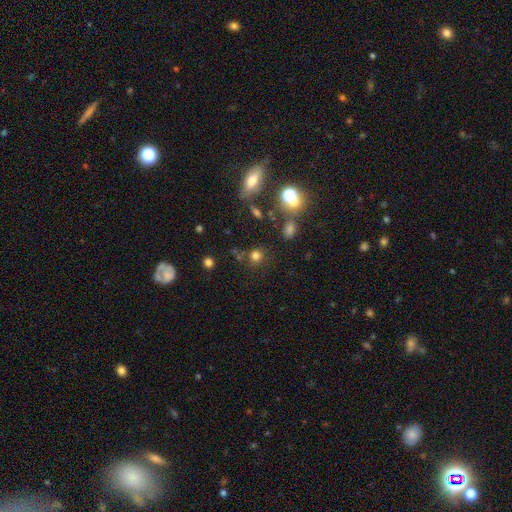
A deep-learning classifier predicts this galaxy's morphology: Smooth or featured: smooth — 71% (star or artifact — 22%)
How rounded: round — 86% (in between — 13%)
Merging: none — 75% (minor disturbance — 11%)